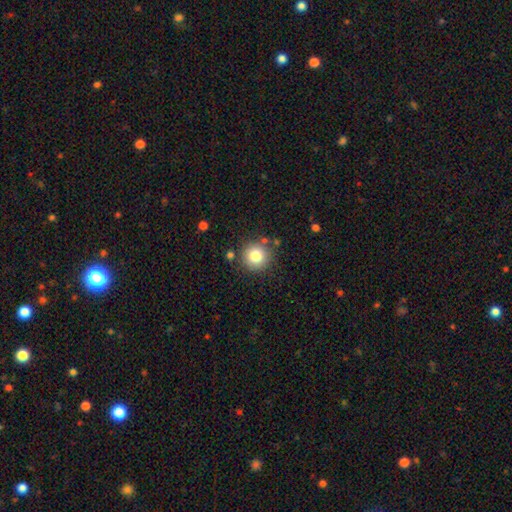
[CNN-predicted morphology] This is clearly a smooth galaxy (81%). How rounded: clearly round (94%). Merging: clearly none (84%).